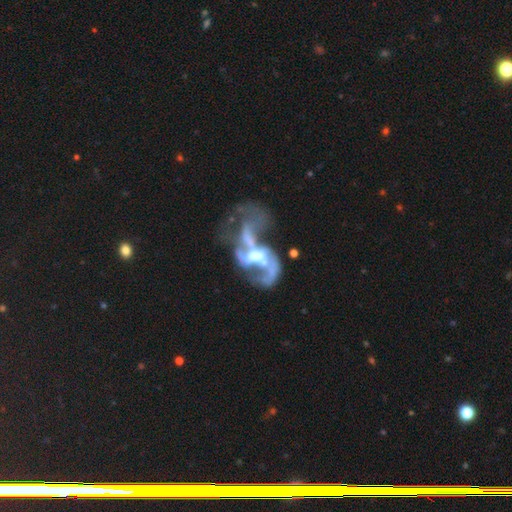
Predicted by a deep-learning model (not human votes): Overall: featured or disk (80%). Edge-on disk: no (97%). Bar: no (45%; weak 35%). Spiral arms: yes (68%; no 32%). Spiral arm count: 2 (51%; can't tell 21%). Spiral winding: loose (64%; medium 28%). Bulge size: moderate (51%; small 18%). Merging: merger (43%; major disturbance 36%).